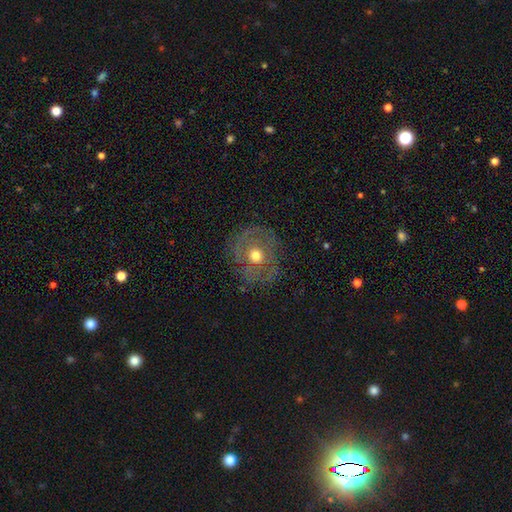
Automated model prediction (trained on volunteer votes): Q: Smooth or featured?
A: featured or disk (50%); runner-up: smooth (40%)
Q: Edge-on disk?
A: no (95%); runner-up: yes (5%)
Q: Merging?
A: none (77%); runner-up: minor disturbance (14%)